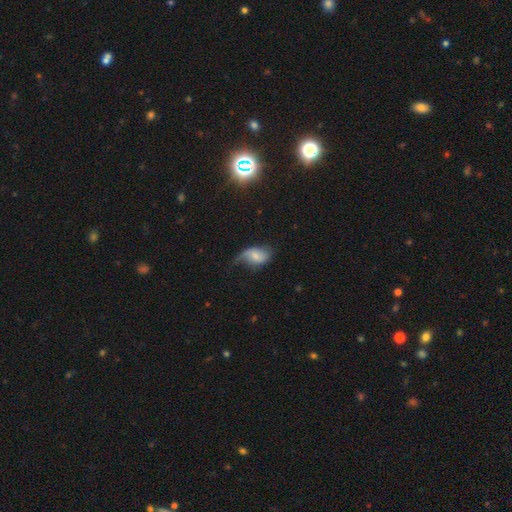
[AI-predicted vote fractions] A smooth galaxy with no disk features (50%) that is in between round and cigar-shaped (84%). Merging: minor disturbance (35%).